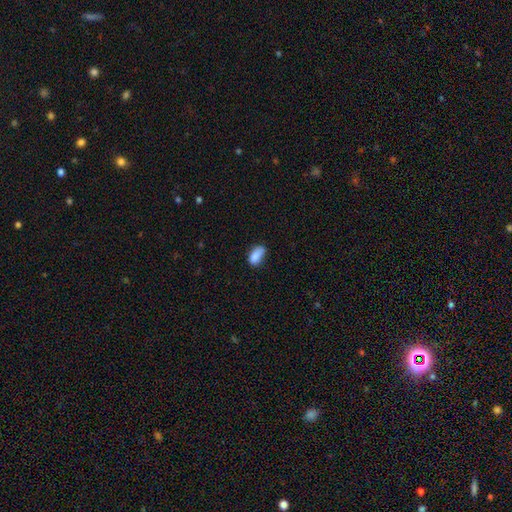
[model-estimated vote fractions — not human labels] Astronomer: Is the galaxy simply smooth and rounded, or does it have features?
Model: smooth — 85%.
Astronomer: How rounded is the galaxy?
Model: in between — 90%.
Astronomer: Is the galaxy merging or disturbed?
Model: none — 54% (runner-up: minor disturbance, 33%).